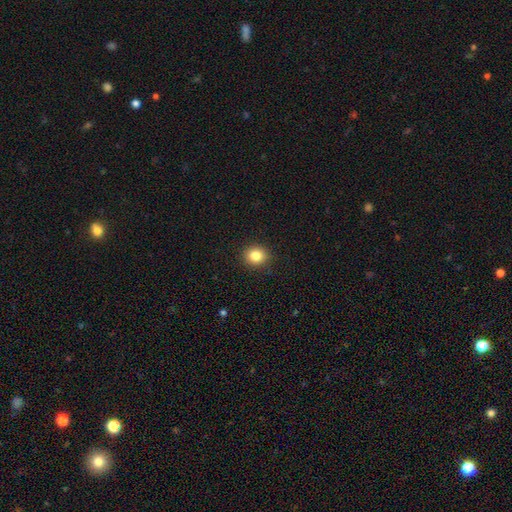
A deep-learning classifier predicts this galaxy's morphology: smooth 83%, star or artifact 11%, featured or disk 6%. Down the decision tree: how rounded — round (79%); merging — none (92%).